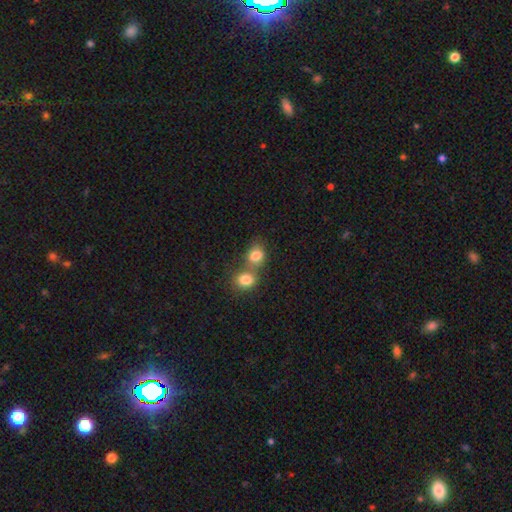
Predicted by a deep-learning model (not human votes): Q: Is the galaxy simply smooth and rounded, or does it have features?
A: smooth — 80%.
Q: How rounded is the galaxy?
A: in between — 50%.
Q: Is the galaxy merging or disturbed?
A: merger — 53%.